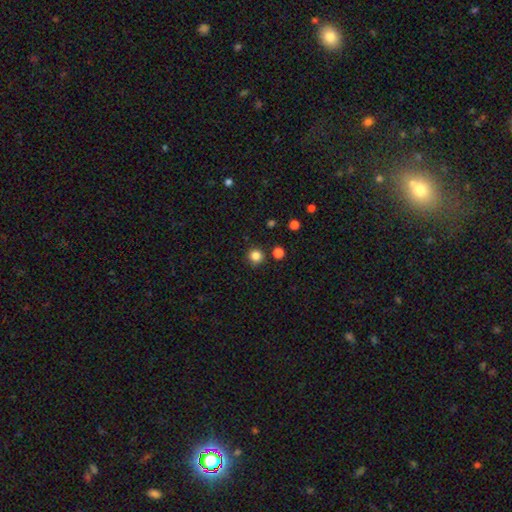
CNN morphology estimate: smooth-or-featured: smooth: 84% | star or artifact: 12% | featured or disk: 4%
  how-rounded: round: 94% | in between: 5% | cigar-shaped: 1%
  merging: none: 89% | minor disturbance: 6% | merger: 3% | major disturbance: 2%